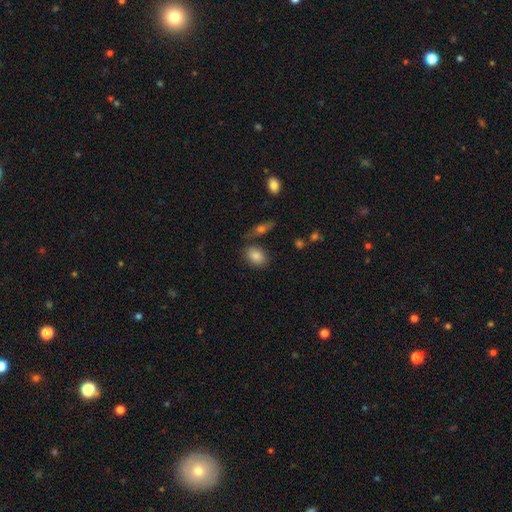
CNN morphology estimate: smooth_or_featured: smooth (p=0.84) [alt: featured or disk p=0.08]
how_rounded: in between (p=0.75) [alt: round p=0.23]
merging: none (p=0.75) [alt: minor disturbance p=0.13]